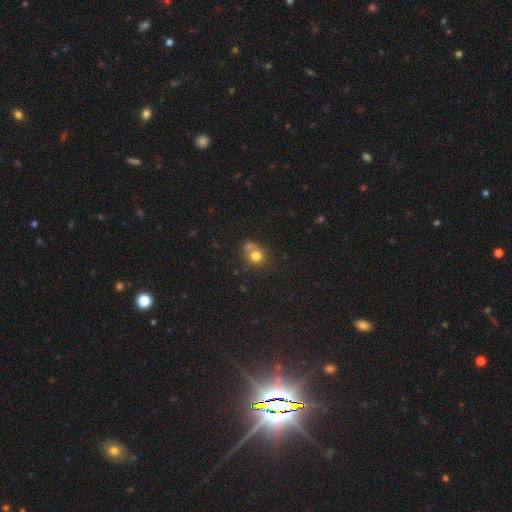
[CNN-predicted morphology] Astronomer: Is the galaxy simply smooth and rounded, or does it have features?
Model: smooth — 75%.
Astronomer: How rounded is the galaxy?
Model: round — 71%.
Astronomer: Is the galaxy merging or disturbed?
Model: none — 46% (runner-up: merger, 31%).